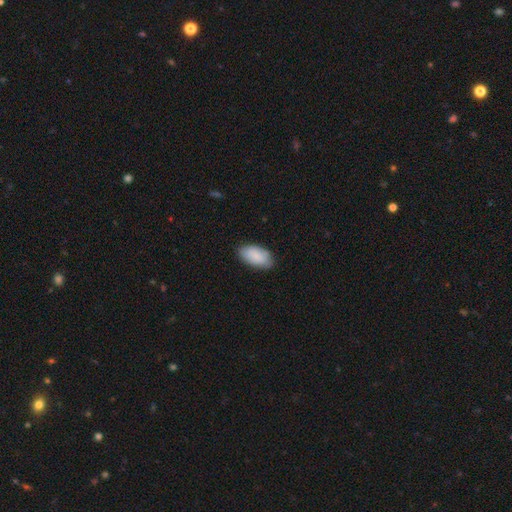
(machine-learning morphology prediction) type=smooth (87%); roundness=in between (95%); merging=none (79%).